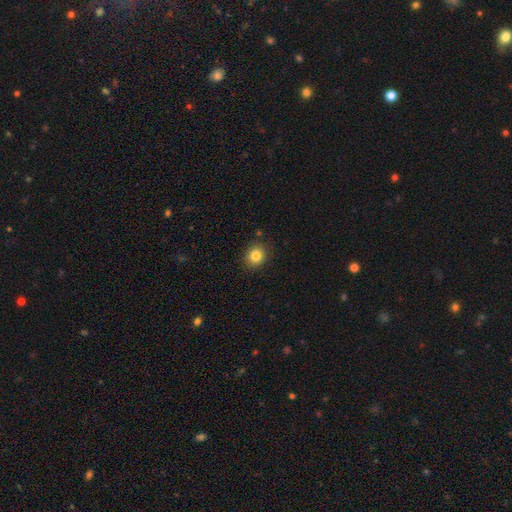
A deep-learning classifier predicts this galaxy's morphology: This is clearly a smooth galaxy (83%). How rounded: likely round (74%). Merging: clearly none (87%).